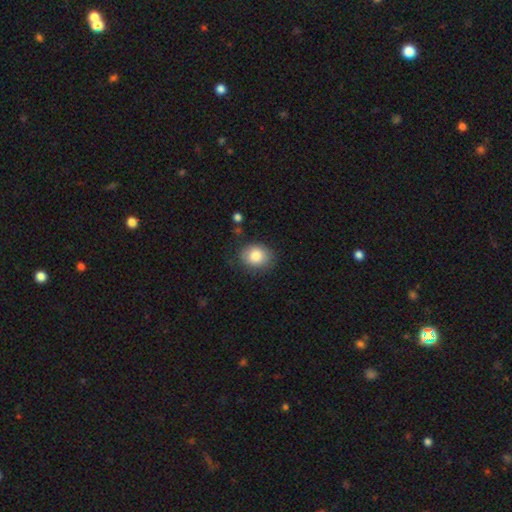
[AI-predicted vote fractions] smooth-or-featured: smooth: 83% | featured or disk: 9% | star or artifact: 8%
  how-rounded: round: 50% | in between: 49% | cigar-shaped: 1%
  merging: none: 80% | minor disturbance: 15% | major disturbance: 4% | merger: 2%